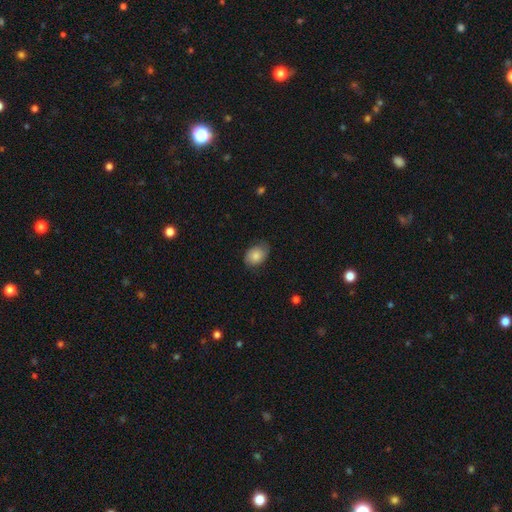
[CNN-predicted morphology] Smooth or featured: smooth — 76% (featured or disk — 17%)
How rounded: in between — 74% (round — 25%)
Merging: none — 67% (minor disturbance — 26%)